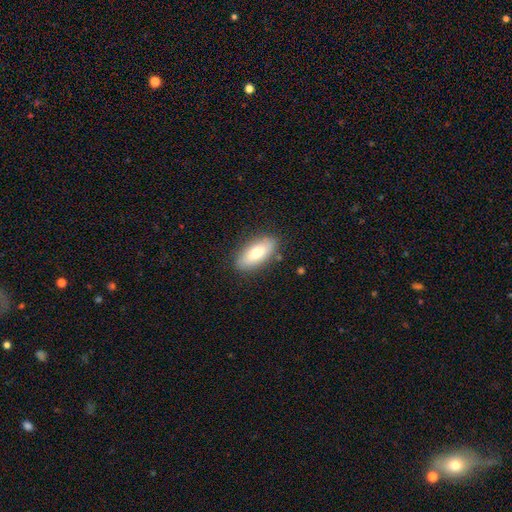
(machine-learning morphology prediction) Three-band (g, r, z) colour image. It shows a smooth galaxy with no disk features (72%) that is in between round and cigar-shaped (84%). Merging: none (86%).